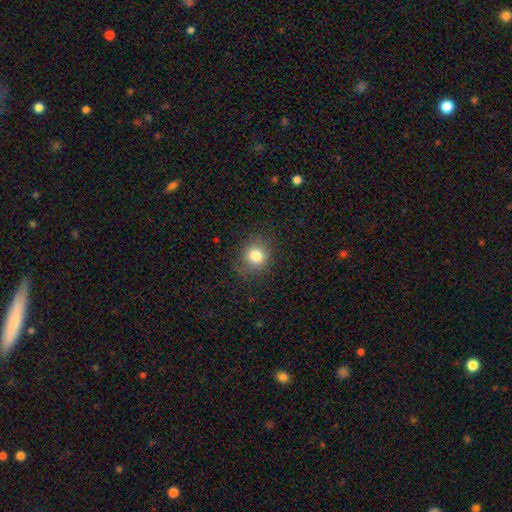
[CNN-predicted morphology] This is clearly a smooth galaxy (82%). How rounded: likely round (75%). Merging: likely none (77%).